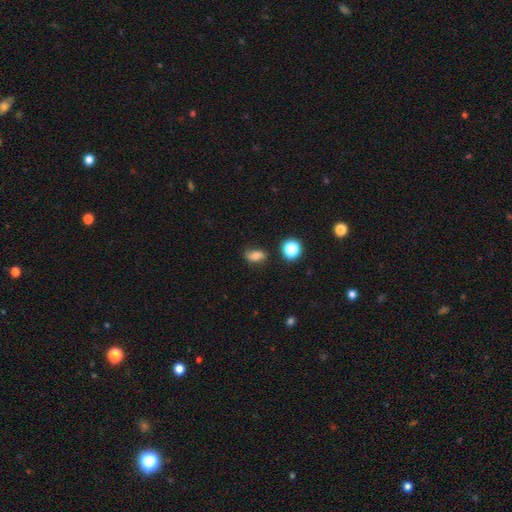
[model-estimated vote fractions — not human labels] This appears to be a smooth galaxy with no disk features (67%) that is in between round and cigar-shaped (76%). Merging: none (72%).